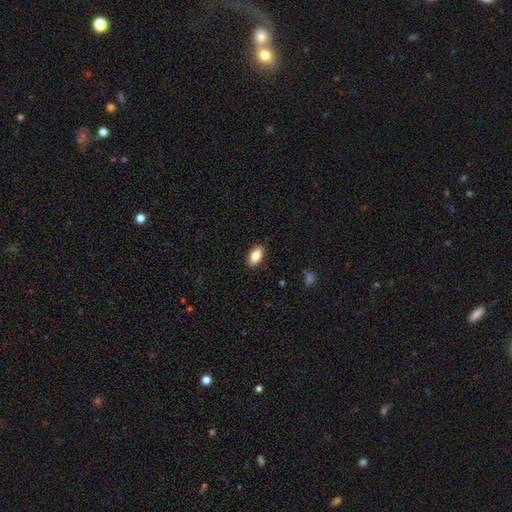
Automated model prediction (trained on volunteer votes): A smooth galaxy with no disk features (83%) that is in between round and cigar-shaped (92%). Merging: none (89%).